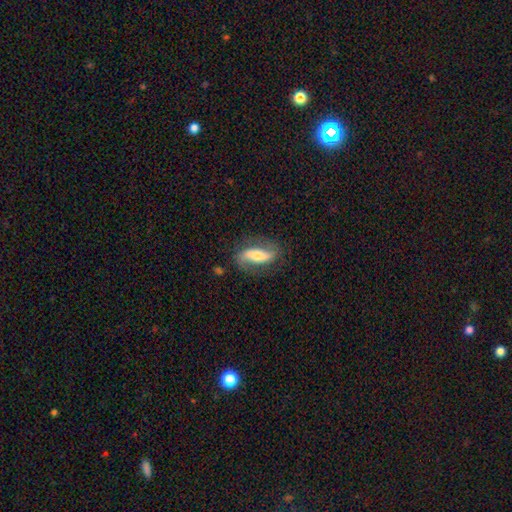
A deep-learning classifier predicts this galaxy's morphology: type=featured or disk (65%); edge-on=no (86%); bar=strong (45%); spiral arms=yes (85%); bulge=moderate (57%); merging=none (76%).